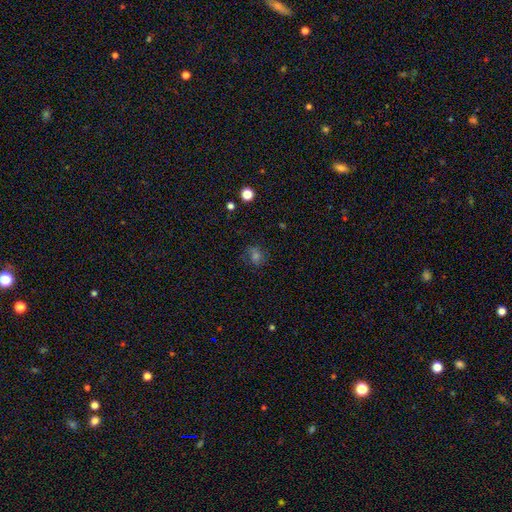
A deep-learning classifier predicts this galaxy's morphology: Smooth or featured?
  - smooth: 51% *
  - star or artifact: 28%
  - featured or disk: 20%
How rounded?
  - round: 65% *
  - in between: 34%
  - cigar-shaped: 1%
Merging?
  - none: 70% *
  - minor disturbance: 17%
  - major disturbance: 10%
  - merger: 2%